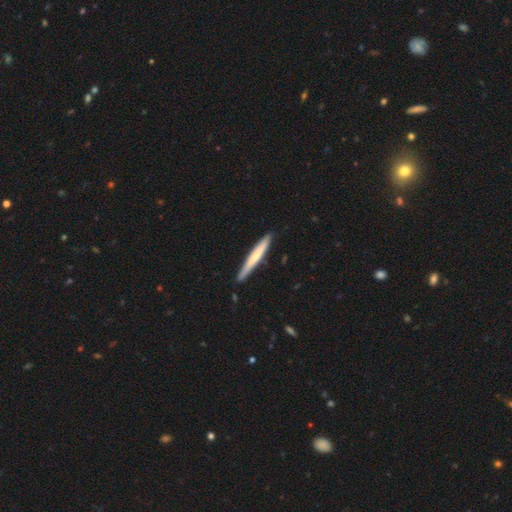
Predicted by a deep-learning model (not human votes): Smooth or featured?
  - smooth: 58% *
  - featured or disk: 37%
  - star or artifact: 5%
How rounded?
  - cigar-shaped: 96% *
  - in between: 3%
  - round: 1%
Merging?
  - none: 87% *
  - minor disturbance: 10%
  - major disturbance: 2%
  - merger: 2%